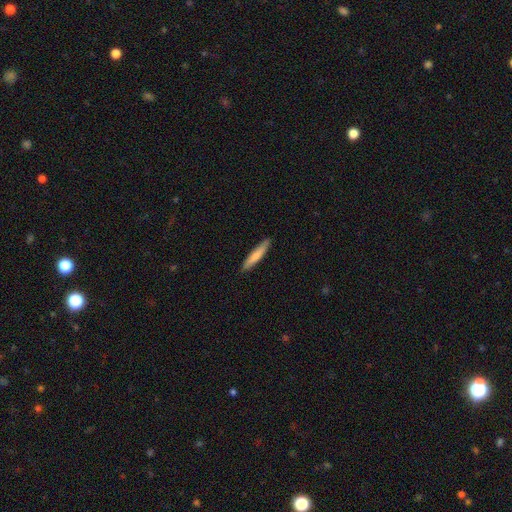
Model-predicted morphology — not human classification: smooth_or_featured: smooth (p=0.73) [alt: featured or disk p=0.21]
how_rounded: cigar-shaped (p=0.91) [alt: in between p=0.07]
merging: none (p=0.89) [alt: minor disturbance p=0.09]